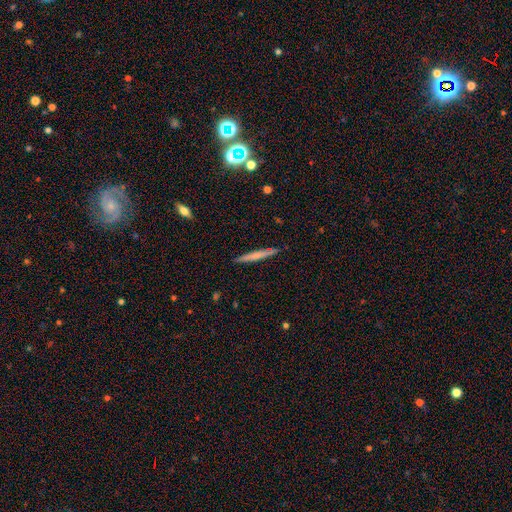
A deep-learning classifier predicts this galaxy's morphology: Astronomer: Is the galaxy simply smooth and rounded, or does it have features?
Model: smooth — 65%.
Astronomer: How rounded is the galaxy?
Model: cigar-shaped — 96%.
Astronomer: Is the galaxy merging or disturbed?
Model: none — 88%.